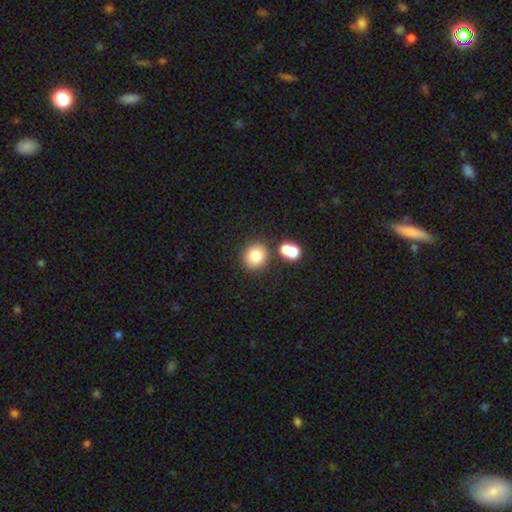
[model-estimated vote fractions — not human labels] Overall: smooth (79%). How rounded: round (83%). Merging: none (74%).